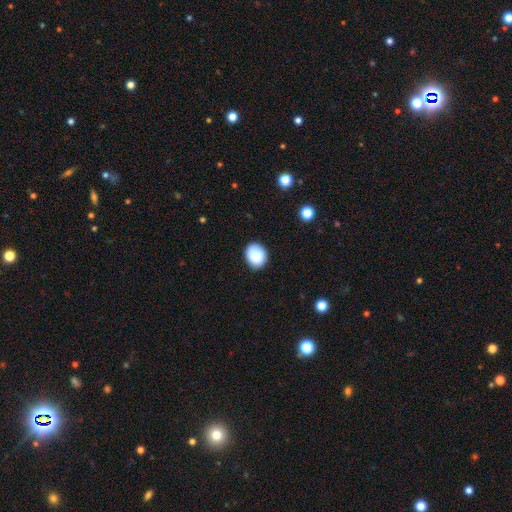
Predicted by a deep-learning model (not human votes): Q: Smooth or featured?
A: smooth (88%); runner-up: star or artifact (8%)
Q: How rounded?
A: round (59%); runner-up: in between (40%)
Q: Merging?
A: none (86%); runner-up: minor disturbance (11%)